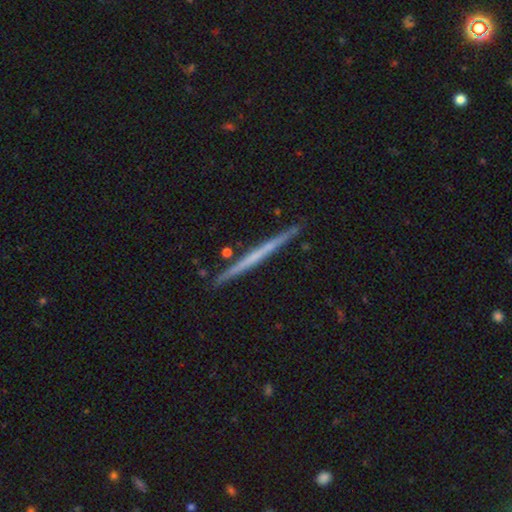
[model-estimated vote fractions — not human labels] A featured or disk galaxy (58%) viewed edge-on (98%) with no central bulge (89%). Merging: none (91%).